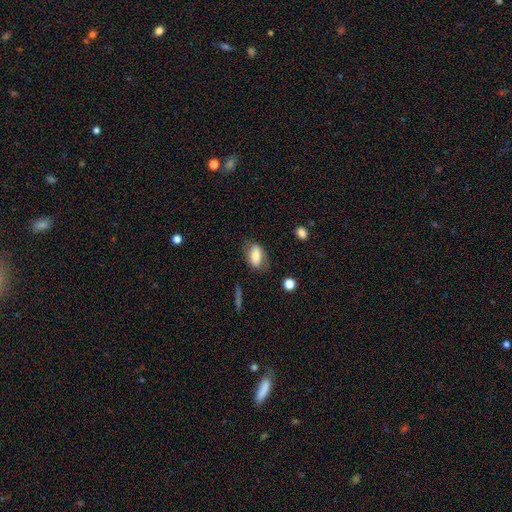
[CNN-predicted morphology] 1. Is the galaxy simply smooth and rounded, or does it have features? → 71% smooth, 22% featured or disk, 7% star or artifact.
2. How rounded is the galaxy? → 89% in between, 8% round, 4% cigar-shaped.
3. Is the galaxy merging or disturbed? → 69% none, 21% minor disturbance, 9% major disturbance, 2% merger.